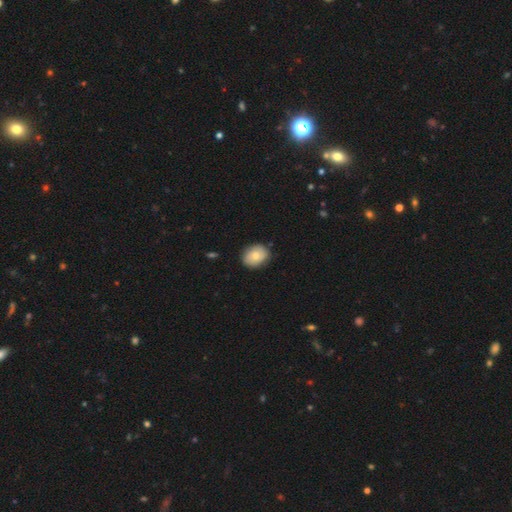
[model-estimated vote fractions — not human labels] Smooth or featured?
  - smooth: 72% *
  - featured or disk: 21%
  - star or artifact: 7%
How rounded?
  - in between: 55% *
  - round: 44%
  - cigar-shaped: 1%
Merging?
  - none: 82% *
  - minor disturbance: 14%
  - major disturbance: 3%
  - merger: 1%